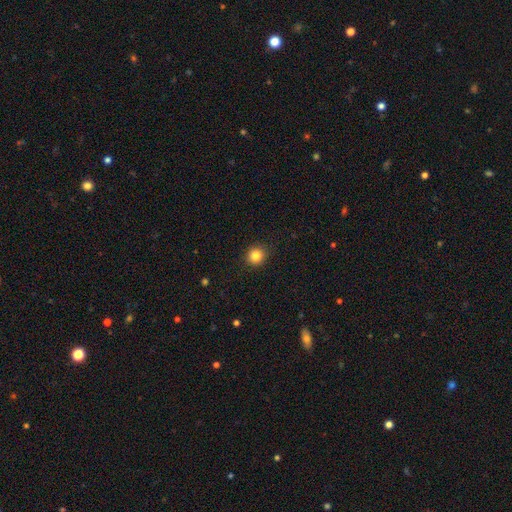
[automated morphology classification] smooth 84%, star or artifact 11%, featured or disk 5%. Down the decision tree: how rounded — round (89%); merging — none (91%).